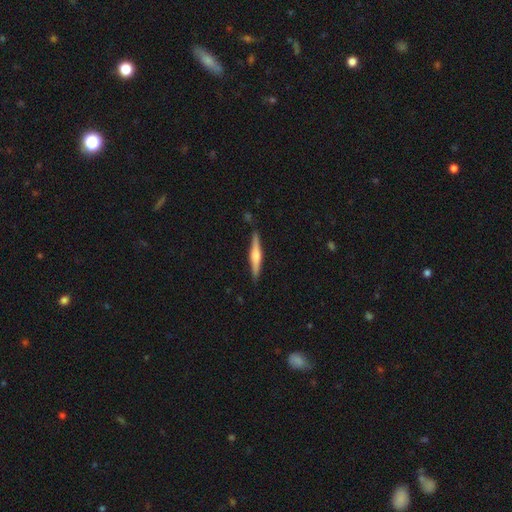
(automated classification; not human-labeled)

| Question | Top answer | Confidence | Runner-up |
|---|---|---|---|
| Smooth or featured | featured or disk | 61% | smooth (34%) |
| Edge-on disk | yes | 98% | no (2%) |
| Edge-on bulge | rounded | 76% | boxy (17%) |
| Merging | none | 89% | minor disturbance (8%) |